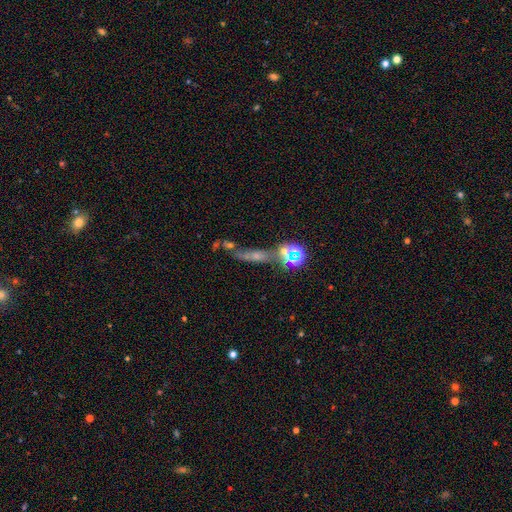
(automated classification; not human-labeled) smooth_or_featured: smooth (p=0.37) [alt: star or artifact p=0.33]
merging: none (p=0.47) [alt: merger p=0.26]